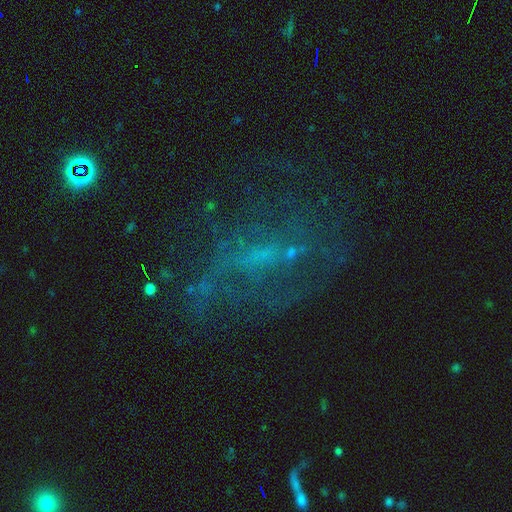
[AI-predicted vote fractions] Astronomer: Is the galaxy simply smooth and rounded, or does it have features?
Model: featured or disk — 55%.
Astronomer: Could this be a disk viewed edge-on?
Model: no — 95%.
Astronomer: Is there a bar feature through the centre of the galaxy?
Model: no — 53% (runner-up: weak, 31%).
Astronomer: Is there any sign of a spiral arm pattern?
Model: no — 53% (runner-up: yes, 47%).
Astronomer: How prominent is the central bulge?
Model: none — 46% (runner-up: small, 39%).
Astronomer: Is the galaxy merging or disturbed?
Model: none — 48% (runner-up: major disturbance, 29%).